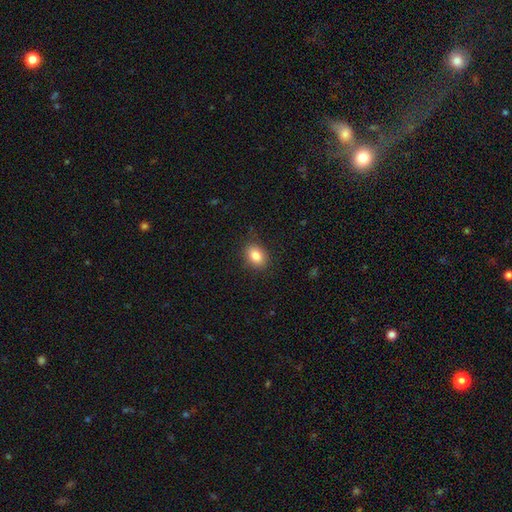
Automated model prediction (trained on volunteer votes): Overall: smooth (84%). How rounded: in between (72%). Merging: none (86%).